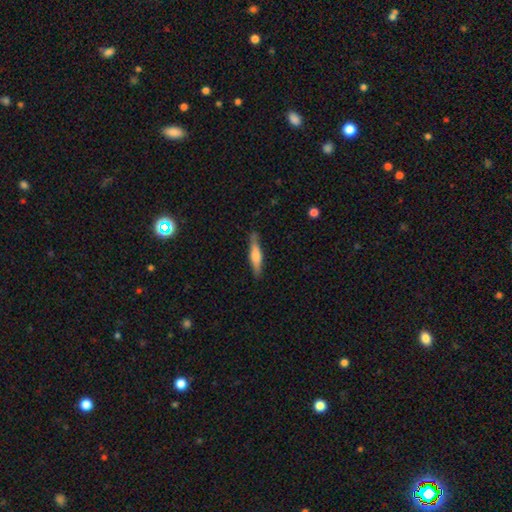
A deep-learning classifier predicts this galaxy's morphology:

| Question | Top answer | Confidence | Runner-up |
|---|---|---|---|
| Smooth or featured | smooth | 51% | featured or disk (43%) |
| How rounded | cigar-shaped | 84% | in between (14%) |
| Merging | none | 86% | minor disturbance (11%) |